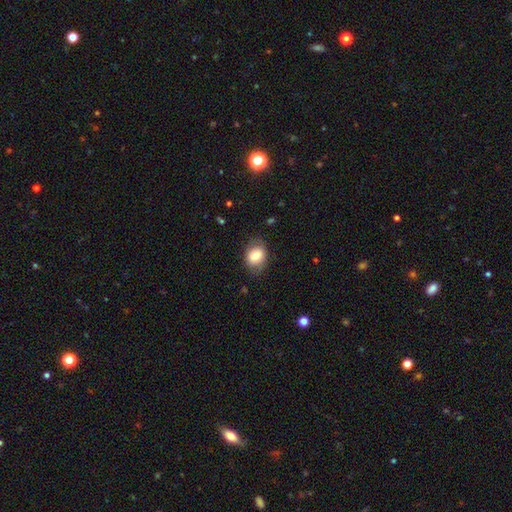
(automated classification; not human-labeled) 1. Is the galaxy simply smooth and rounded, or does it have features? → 77% smooth, 16% featured or disk, 8% star or artifact.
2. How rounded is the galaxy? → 63% in between, 36% round, 1% cigar-shaped.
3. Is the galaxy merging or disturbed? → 74% none, 18% minor disturbance, 6% major disturbance, 1% merger.